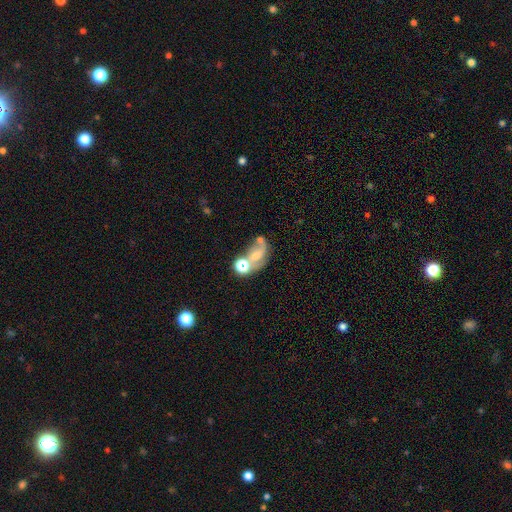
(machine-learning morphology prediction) smooth_or_featured: featured or disk (p=0.59) [alt: smooth p=0.26]
disk_edge_on: no (p=0.96) [alt: yes p=0.04]
bar: no (p=0.56) [alt: weak p=0.32]
has_spiral_arms: yes (p=0.79) [alt: no p=0.21]
bulge_size: small (p=0.46) [alt: moderate p=0.36]
merging: none (p=0.35) [alt: merger p=0.30]